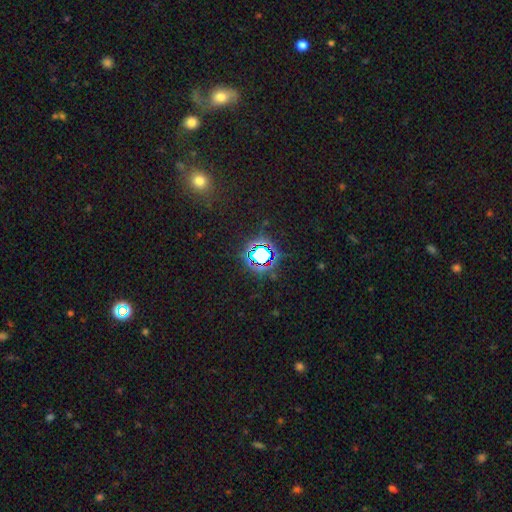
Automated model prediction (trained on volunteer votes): A star or artifact, not a galaxy (74%).

Vote fractions:
- Smooth or featured? star or artifact: 74% / smooth: 16% / featured or disk: 10%